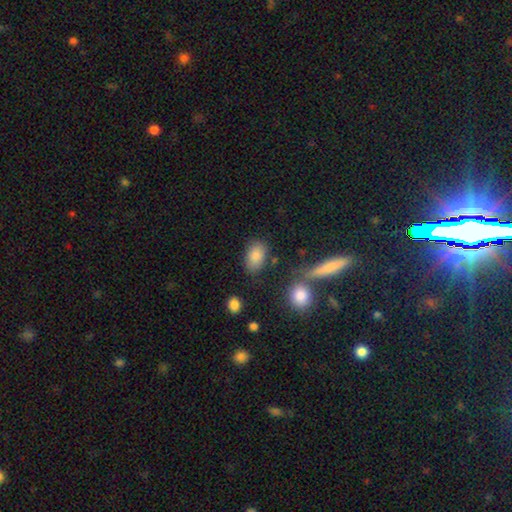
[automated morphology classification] smooth-or-featured: smooth: 84% | star or artifact: 8% | featured or disk: 8%
  how-rounded: in between: 85% | round: 12% | cigar-shaped: 2%
  merging: none: 75% | minor disturbance: 14% | merger: 7% | major disturbance: 5%